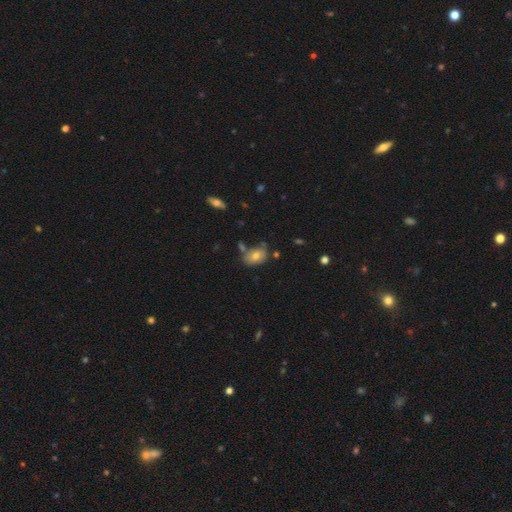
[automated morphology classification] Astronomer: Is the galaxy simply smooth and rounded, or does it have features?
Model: smooth — 72%.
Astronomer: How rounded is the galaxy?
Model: in between — 82%.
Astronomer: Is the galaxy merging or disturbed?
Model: none — 62%.